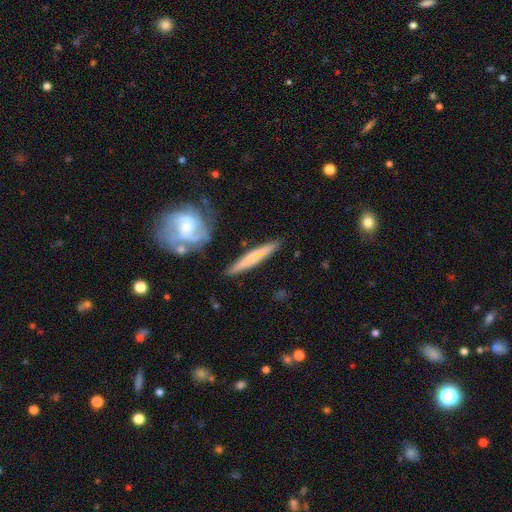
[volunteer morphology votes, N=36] Smooth or featured? featured or disk (64%)
Edge-on disk? yes (74%)
Edge-on bulge? rounded (53%)
Merging? none (91%)